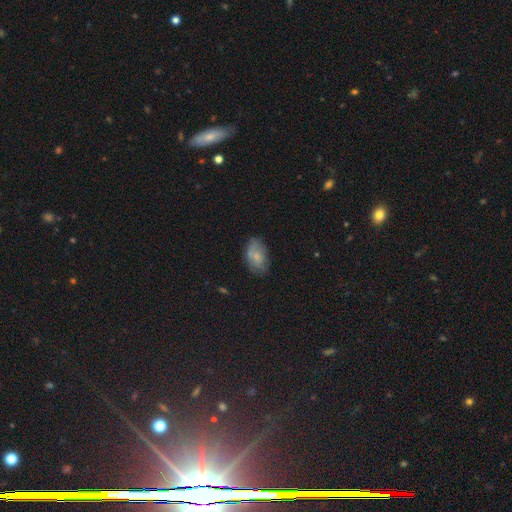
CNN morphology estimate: This appears to be a smooth galaxy with no disk features (63%) that is in between round and cigar-shaped (91%). Merging: none (66%).